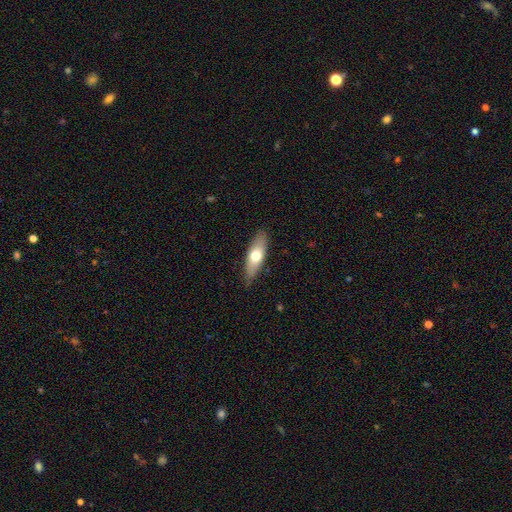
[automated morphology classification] Q: Smooth or featured?
A: smooth (62%); runner-up: featured or disk (32%)
Q: How rounded?
A: in between (55%); runner-up: cigar-shaped (42%)
Q: Merging?
A: none (82%); runner-up: minor disturbance (14%)